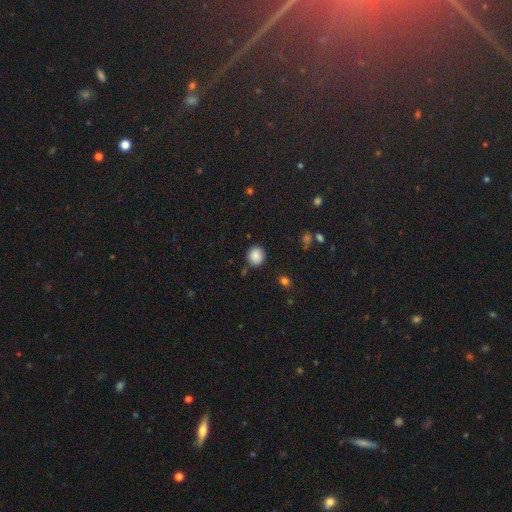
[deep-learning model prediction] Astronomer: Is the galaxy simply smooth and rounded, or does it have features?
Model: smooth — 87%.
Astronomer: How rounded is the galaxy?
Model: round — 88%.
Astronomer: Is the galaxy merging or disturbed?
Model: none — 85%.